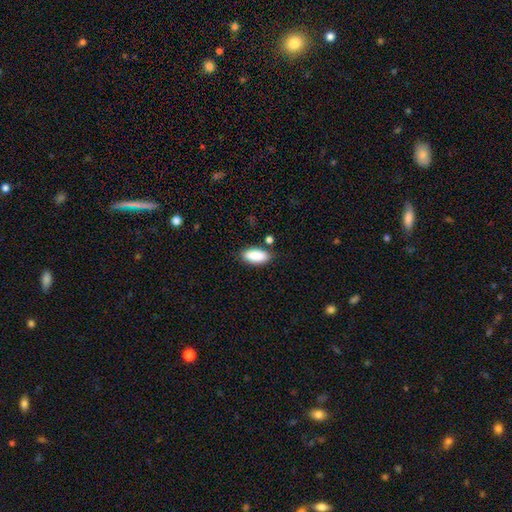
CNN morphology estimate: smooth-or-featured: smooth: 89% | star or artifact: 6% | featured or disk: 5%
  how-rounded: in between: 89% | cigar-shaped: 9% | round: 2%
  merging: none: 81% | minor disturbance: 12% | merger: 4% | major disturbance: 3%